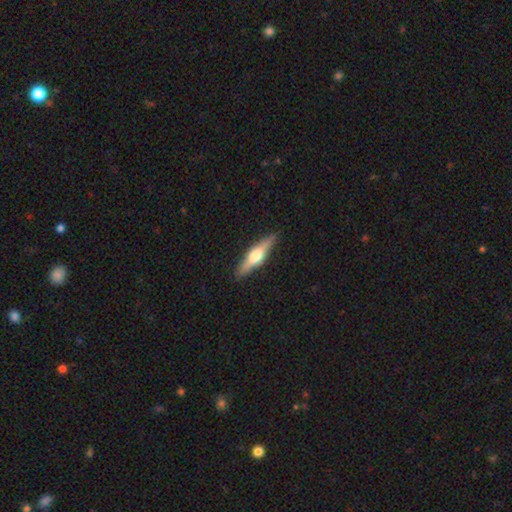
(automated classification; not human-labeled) Smooth or featured? Predicted: featured or disk (p=0.60). Edge-on disk? Predicted: yes (p=0.95). Edge-on bulge? Predicted: rounded (p=0.91). Merging? Predicted: none (p=0.89).